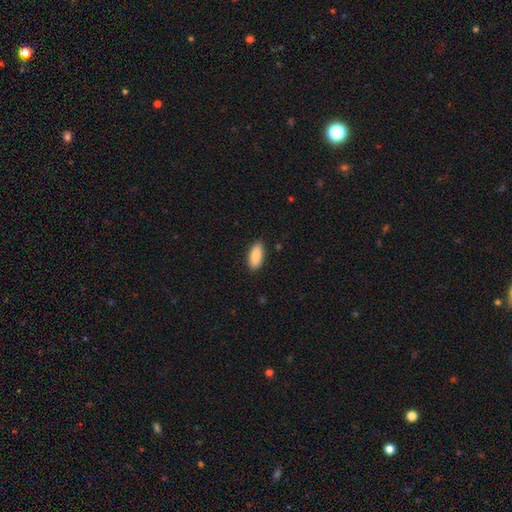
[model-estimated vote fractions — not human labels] smooth-or-featured: smooth: 88% | star or artifact: 6% | featured or disk: 6%
  how-rounded: in between: 86% | cigar-shaped: 12% | round: 2%
  merging: none: 88% | minor disturbance: 10% | major disturbance: 2% | merger: 1%